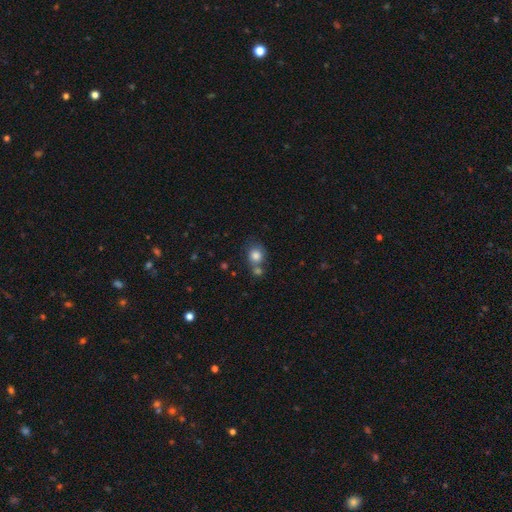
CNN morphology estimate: smooth_or_featured: smooth (p=0.82) [alt: star or artifact p=0.10]
how_rounded: round (p=0.78) [alt: in between p=0.21]
merging: none (p=0.53) [alt: merger p=0.29]